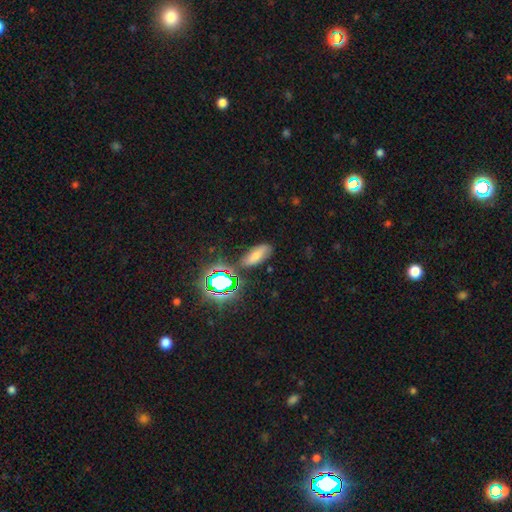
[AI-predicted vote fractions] smooth 62%, star or artifact 23%, featured or disk 15%. Down the decision tree: how rounded — in between (77%); merging — none (73%).